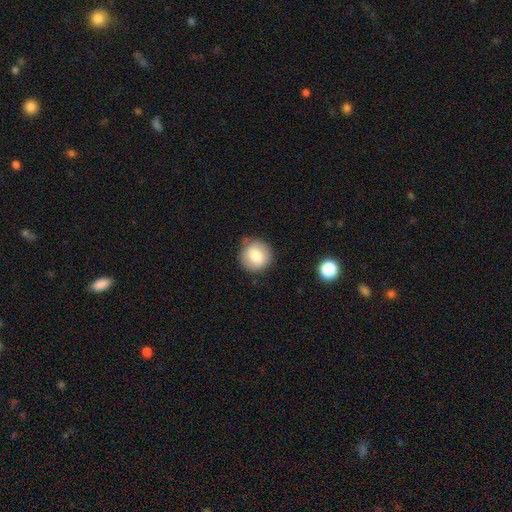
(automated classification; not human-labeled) This is likely a smooth galaxy (78%). How rounded: clearly round (92%). Merging: likely none (79%).